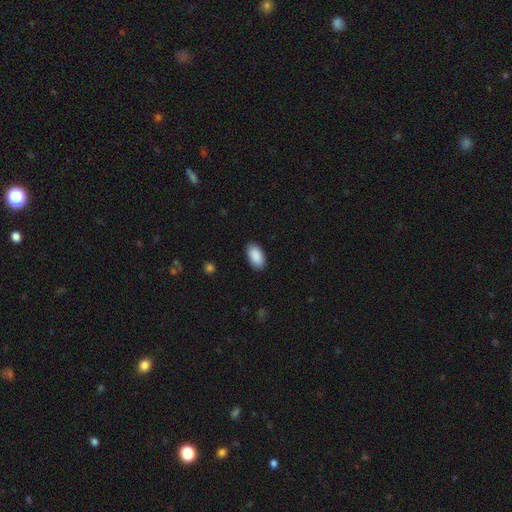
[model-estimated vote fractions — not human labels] Morphology: type=smooth (91%); roundness=in between (96%); merging=none (89%).